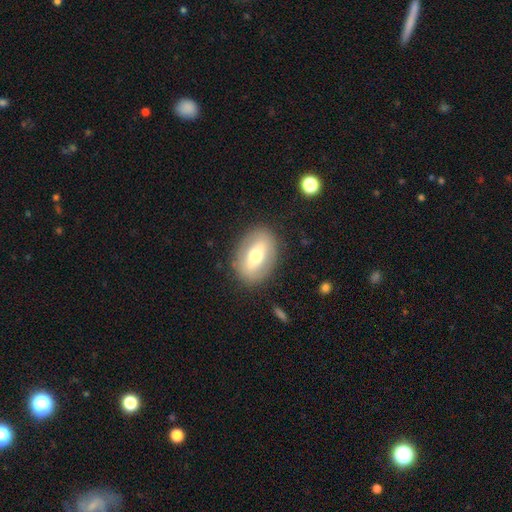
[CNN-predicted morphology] This is possibly a smooth galaxy (50%). Merging: clearly none (84%).